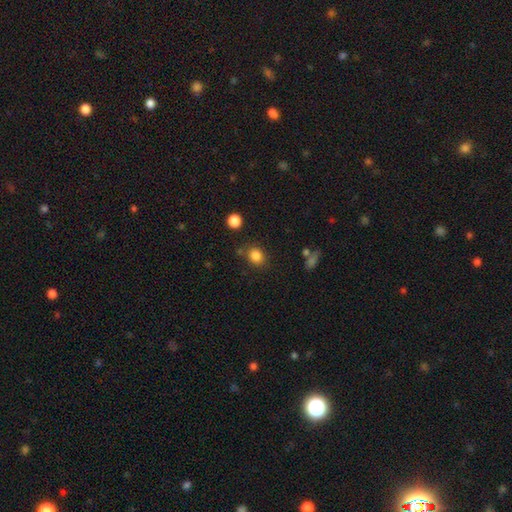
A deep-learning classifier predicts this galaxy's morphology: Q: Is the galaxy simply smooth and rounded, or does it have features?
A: smooth — 84%.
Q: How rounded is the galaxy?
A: round — 63%.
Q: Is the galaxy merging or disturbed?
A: none — 77%.